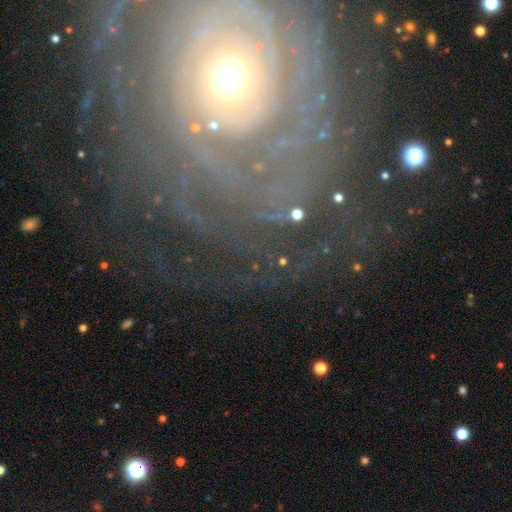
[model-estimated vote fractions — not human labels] This is likely a featured or disk galaxy (79%). It is clearly not viewed edge-on (96%). Bar: likely no (79%). Spiral arm pattern: clearly yes (82%). Spiral arm count: marginally can't tell (39%). Spiral winding: likely tight (75%). Central bulge: possibly moderate (56%). Merging: likely none (70%).